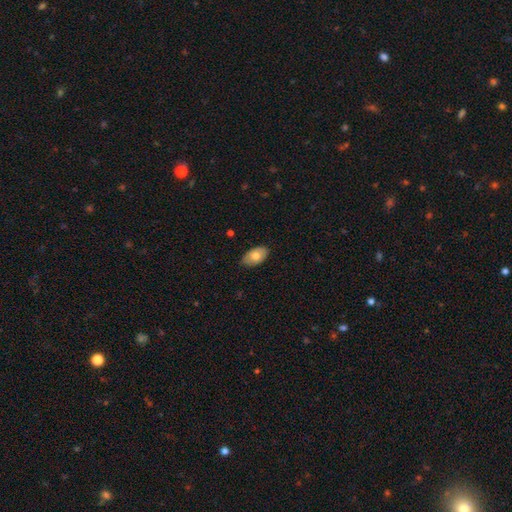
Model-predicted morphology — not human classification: The model was most divided on "smooth or featured": smooth: 73%, featured or disk: 20%, star or artifact: 6%. More confident: how rounded — in between (93%); merging — none (84%).